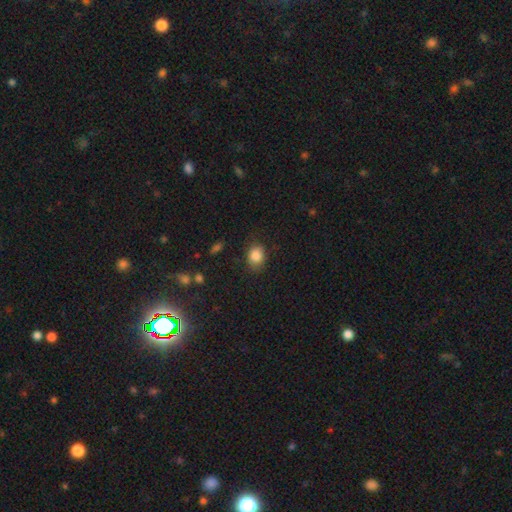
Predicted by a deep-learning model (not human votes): Smooth or featured: smooth — 85% (star or artifact — 10%)
How rounded: in between — 52% (round — 47%)
Merging: none — 78% (minor disturbance — 16%)